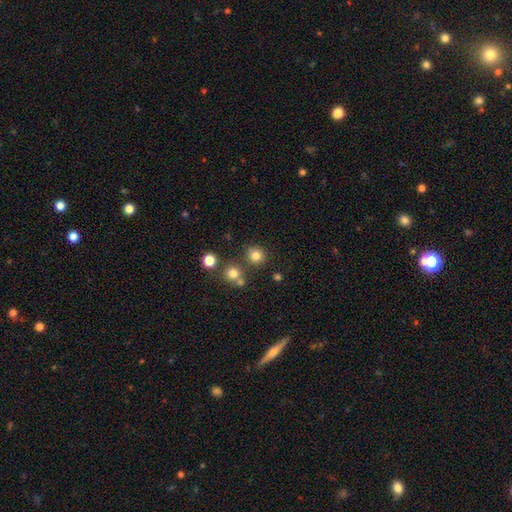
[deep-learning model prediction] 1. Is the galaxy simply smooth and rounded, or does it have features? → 80% smooth, 14% star or artifact, 6% featured or disk.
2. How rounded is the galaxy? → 88% round, 11% in between, 1% cigar-shaped.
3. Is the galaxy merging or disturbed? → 78% none, 10% merger, 8% minor disturbance, 3% major disturbance.